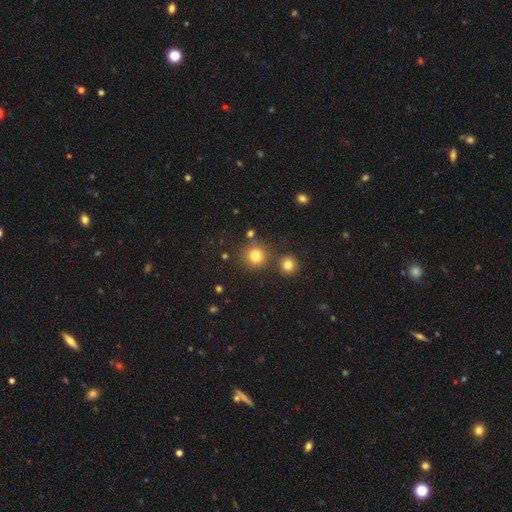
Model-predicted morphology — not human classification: A smooth galaxy with no disk features (80%) that is round (93%).

Vote fractions:
- Smooth or featured? smooth: 80% / star or artifact: 14% / featured or disk: 6%
- How rounded? round: 93% / in between: 6% / cigar-shaped: 1%
- Merging? none: 82% / merger: 8% / minor disturbance: 7% / major disturbance: 3%